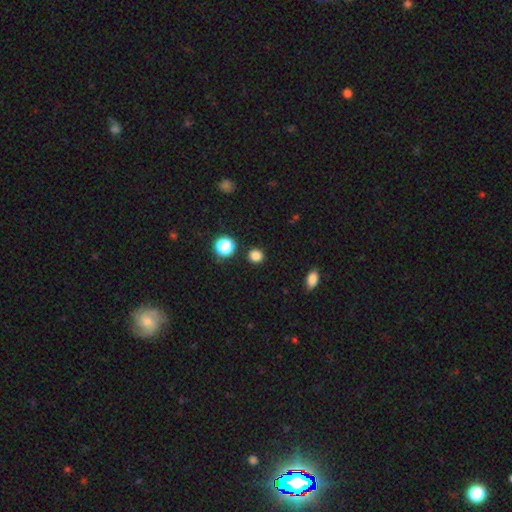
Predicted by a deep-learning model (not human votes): A smooth galaxy with no disk features (82%) that is round (85%).

Vote fractions:
- Smooth or featured? smooth: 82% / star or artifact: 15% / featured or disk: 3%
- How rounded? round: 85% / in between: 14% / cigar-shaped: 1%
- Merging? none: 90% / minor disturbance: 6% / major disturbance: 2% / merger: 2%